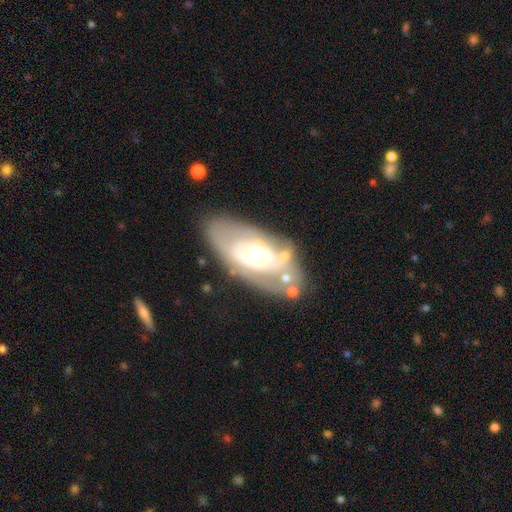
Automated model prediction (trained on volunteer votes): A featured or disk galaxy (67%) with no bar (67%), no spiral arms (51%) and a moderate central bulge (53%).

Vote fractions:
- Smooth or featured? featured or disk: 67% / smooth: 26% / star or artifact: 7%
- Edge-on disk? no: 90% / yes: 10%
- Bar? no: 67% / weak: 24% / strong: 9%
- Spiral arms? no: 51% / yes: 49%
- Bulge size? moderate: 53% / small: 38% / large: 7% / none: 1% / dominant: 1%
- Merging? none: 61% / minor disturbance: 20% / major disturbance: 11% / merger: 9%